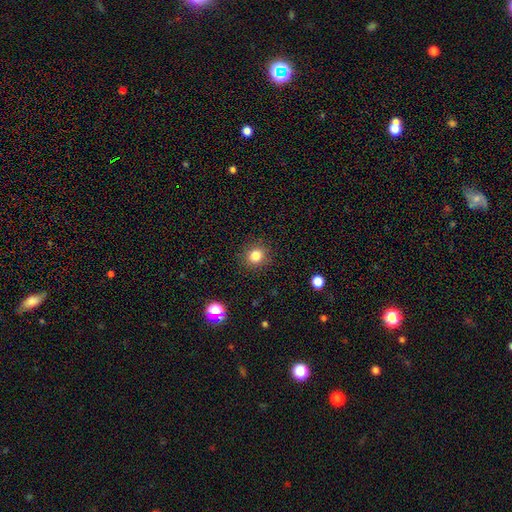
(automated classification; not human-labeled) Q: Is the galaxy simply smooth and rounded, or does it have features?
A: smooth — 82%.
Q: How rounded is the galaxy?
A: round — 84%.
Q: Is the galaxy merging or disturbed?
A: none — 89%.